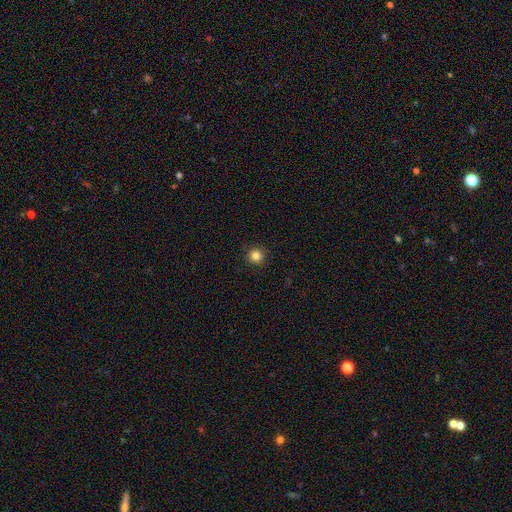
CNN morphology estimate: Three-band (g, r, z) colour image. It shows a smooth galaxy with no disk features (83%) that is round (96%). Merging: none (92%).